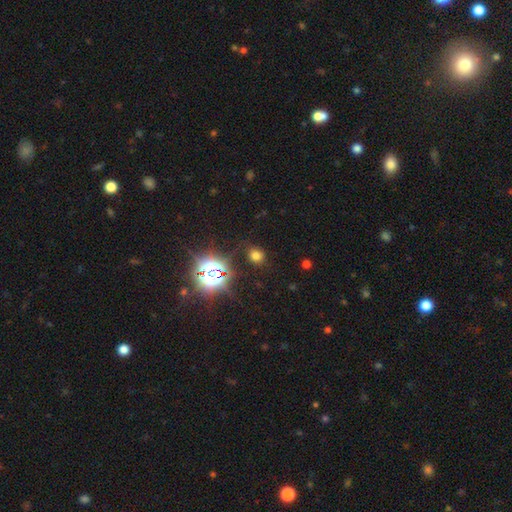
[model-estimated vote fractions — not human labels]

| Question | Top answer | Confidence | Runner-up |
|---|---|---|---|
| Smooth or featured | smooth | 62% | star or artifact (31%) |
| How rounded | round | 76% | in between (23%) |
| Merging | none | 83% | minor disturbance (11%) |